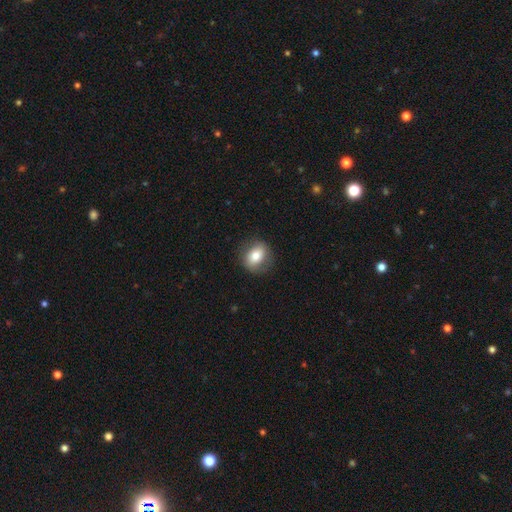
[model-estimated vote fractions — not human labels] Smooth or featured? smooth (71%)
How rounded? round (52%)
Merging? none (82%)